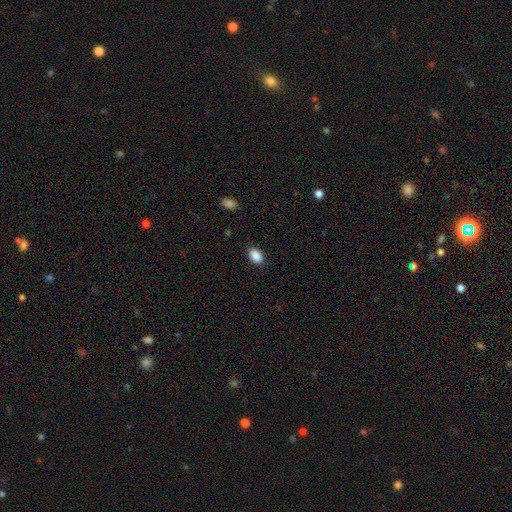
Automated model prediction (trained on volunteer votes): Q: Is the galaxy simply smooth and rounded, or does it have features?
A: smooth — 90%.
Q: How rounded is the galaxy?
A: in between — 90%.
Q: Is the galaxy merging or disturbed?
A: none — 87%.